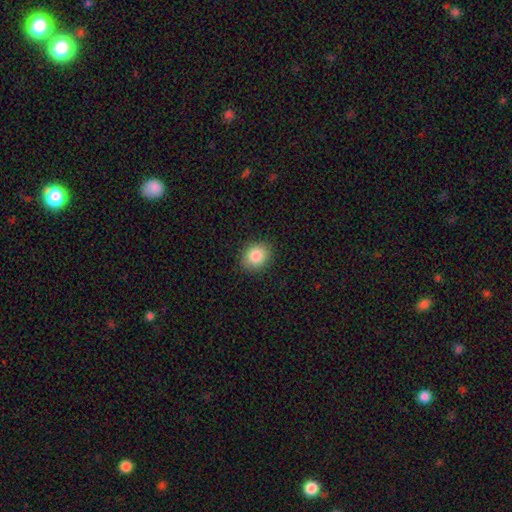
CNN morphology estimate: Smooth or featured?
  - smooth: 85% *
  - star or artifact: 9%
  - featured or disk: 6%
How rounded?
  - round: 66% *
  - in between: 33%
  - cigar-shaped: 1%
Merging?
  - none: 89% *
  - minor disturbance: 8%
  - major disturbance: 2%
  - merger: 1%